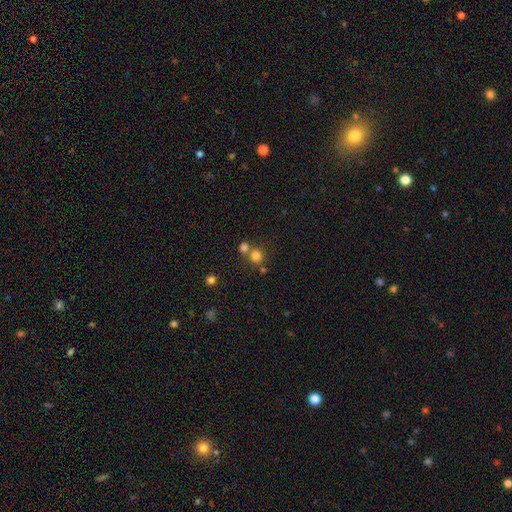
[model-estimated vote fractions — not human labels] Smooth or featured? Predicted: smooth (p=0.77). How rounded? Predicted: round (p=0.89). Merging? Predicted: none (p=0.57).